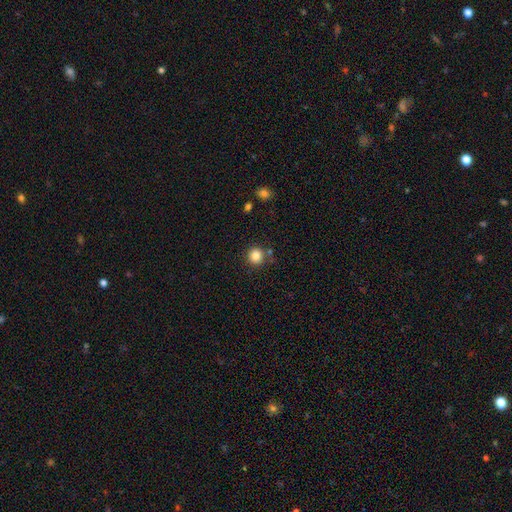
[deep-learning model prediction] Smooth or featured?
  - smooth: 84% *
  - star or artifact: 11%
  - featured or disk: 5%
How rounded?
  - round: 93% *
  - in between: 6%
  - cigar-shaped: 1%
Merging?
  - none: 82% *
  - minor disturbance: 9%
  - merger: 6%
  - major disturbance: 3%